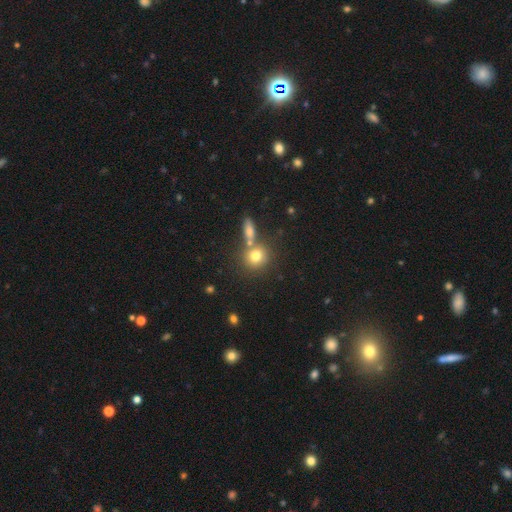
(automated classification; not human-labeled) Q: Smooth or featured?
A: smooth (77%); runner-up: featured or disk (12%)
Q: How rounded?
A: round (80%); runner-up: in between (18%)
Q: Merging?
A: none (60%); runner-up: merger (27%)